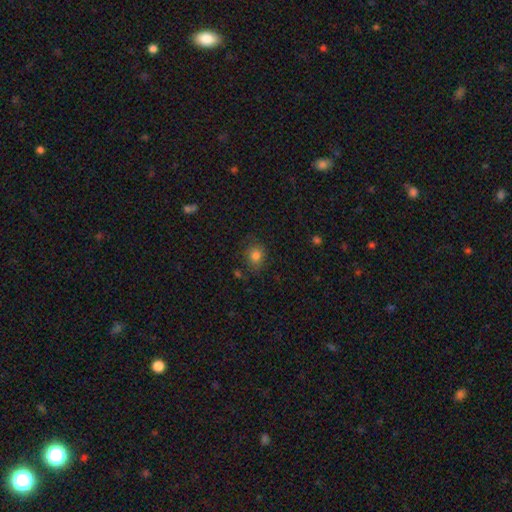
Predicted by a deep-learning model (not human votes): Smooth or featured: smooth — 80% (star or artifact — 12%)
How rounded: round — 73% (in between — 26%)
Merging: none — 75% (minor disturbance — 17%)